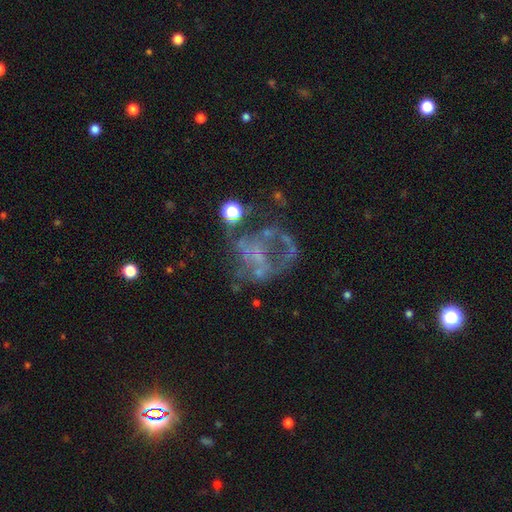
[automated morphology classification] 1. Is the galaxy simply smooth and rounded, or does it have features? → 62% featured or disk, 23% star or artifact, 15% smooth.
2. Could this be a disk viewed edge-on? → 98% no, 2% yes.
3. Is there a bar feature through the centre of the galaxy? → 86% no, 10% weak, 3% strong.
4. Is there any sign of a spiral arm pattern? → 76% no, 24% yes.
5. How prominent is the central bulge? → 71% none, 21% small, 6% moderate, 1% large, 1% dominant.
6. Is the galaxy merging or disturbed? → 40% major disturbance, 36% none, 15% minor disturbance, 9% merger.